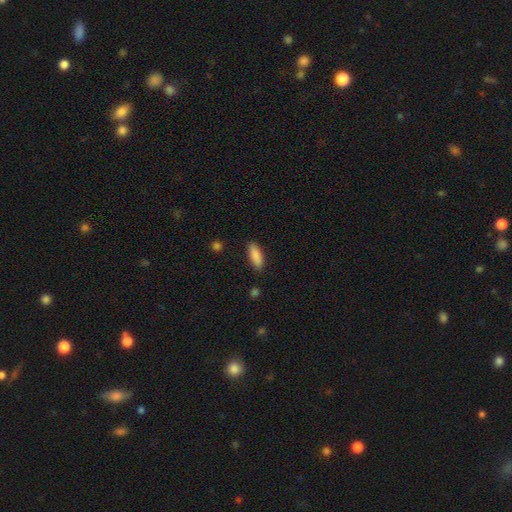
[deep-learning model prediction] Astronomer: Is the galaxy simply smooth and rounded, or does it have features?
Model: smooth — 88%.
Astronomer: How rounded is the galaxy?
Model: in between — 64%.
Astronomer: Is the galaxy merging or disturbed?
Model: none — 87%.